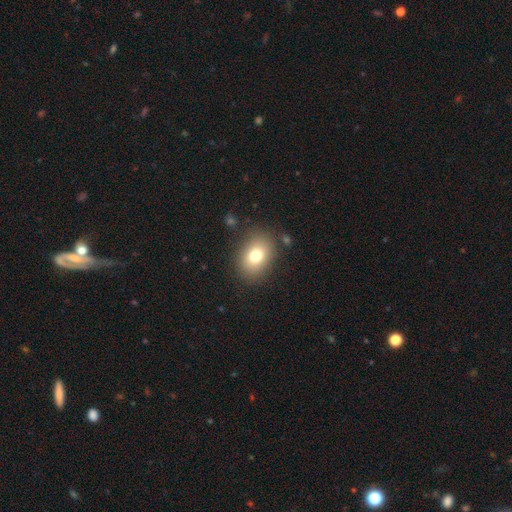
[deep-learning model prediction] This appears to be a smooth galaxy with no disk features (77%) that is in between round and cigar-shaped (67%). Merging: none (84%).